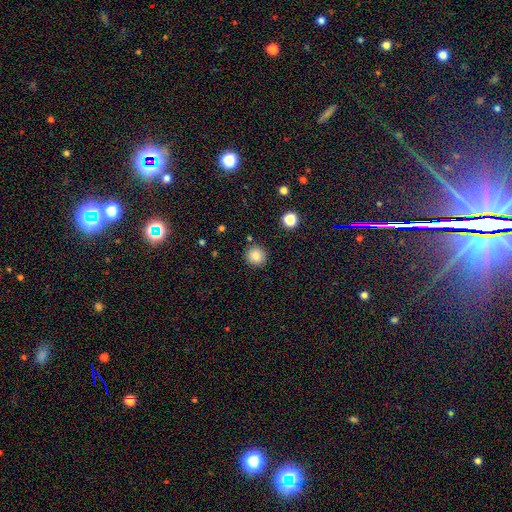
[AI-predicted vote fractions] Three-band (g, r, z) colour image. It shows a smooth galaxy with no disk features (83%) that is round (93%). Merging: none (87%).